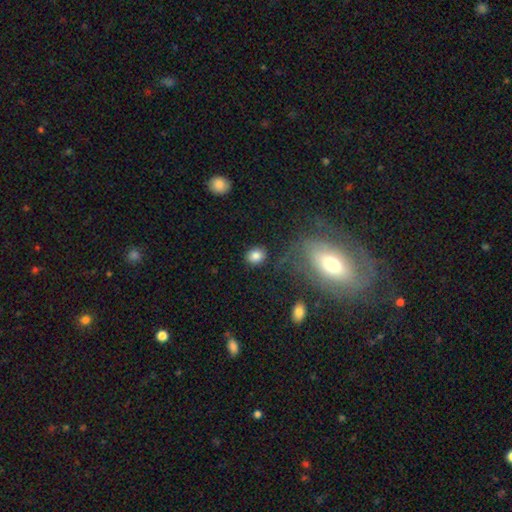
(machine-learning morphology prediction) This is clearly a smooth galaxy (83%). How rounded: likely round (63%). Merging: clearly none (84%).